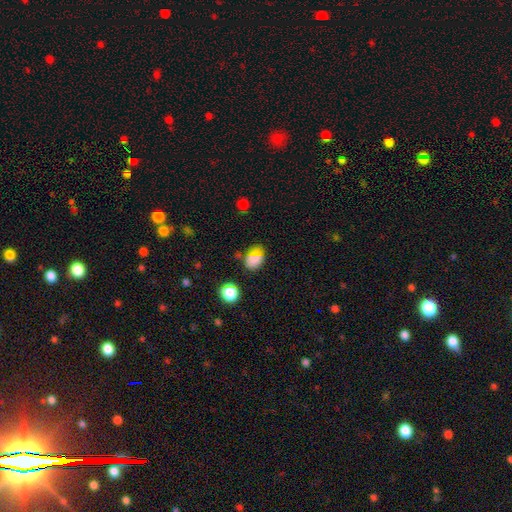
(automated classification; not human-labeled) Smooth or featured? Predicted: smooth (p=0.71). How rounded? Predicted: in between (p=0.73). Merging? Predicted: none (p=0.75).